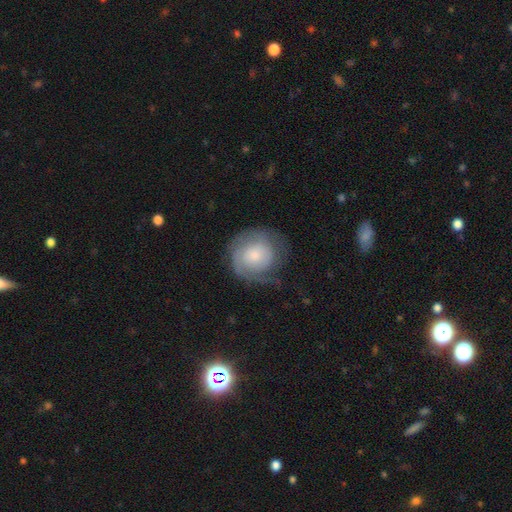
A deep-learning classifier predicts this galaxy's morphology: A featured or disk galaxy (56%) with no bar (79%), spiral arms (83%) and a small central bulge (42%).

Vote fractions:
- Smooth or featured? featured or disk: 56% / smooth: 38% / star or artifact: 6%
- Edge-on disk? no: 98% / yes: 2%
- Bar? no: 79% / weak: 18% / strong: 3%
- Spiral arms? yes: 83% / no: 17%
- Bulge size? small: 42% / moderate: 38% / large: 13% / none: 5% / dominant: 3%
- Merging? none: 60% / minor disturbance: 23% / major disturbance: 16% / merger: 1%